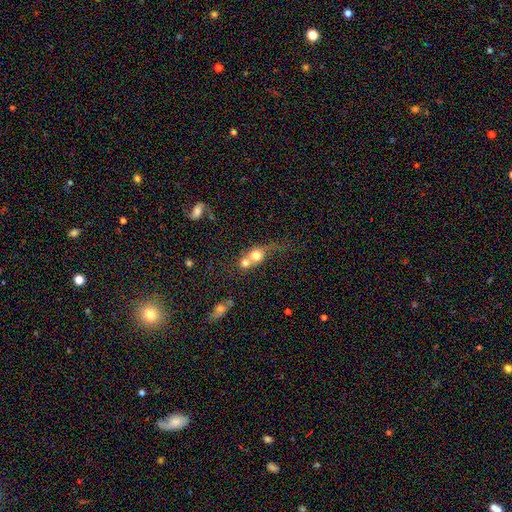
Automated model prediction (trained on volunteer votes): smooth-or-featured: smooth: 67% | featured or disk: 22% | star or artifact: 11%
  how-rounded: round: 70% | in between: 27% | cigar-shaped: 3%
  merging: merger: 65% | none: 20% | major disturbance: 7% | minor disturbance: 7%